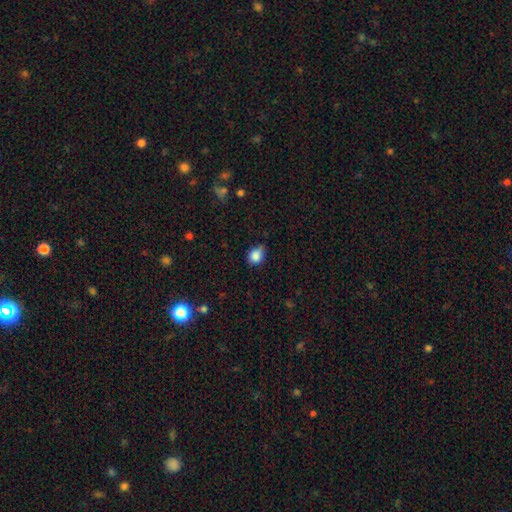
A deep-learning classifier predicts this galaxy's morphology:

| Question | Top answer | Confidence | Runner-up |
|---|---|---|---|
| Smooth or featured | smooth | 84% | star or artifact (10%) |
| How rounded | round | 56% | in between (43%) |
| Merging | none | 53% | minor disturbance (38%) |